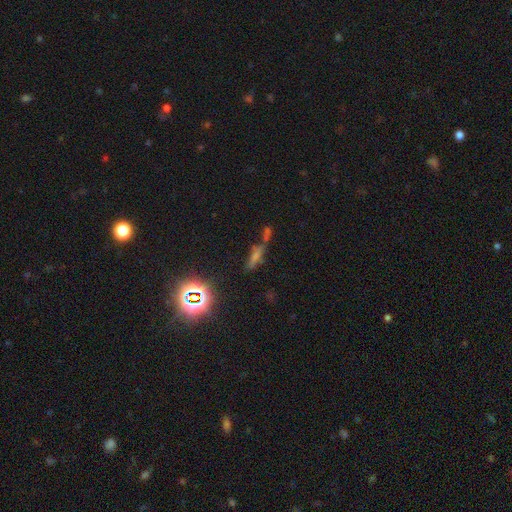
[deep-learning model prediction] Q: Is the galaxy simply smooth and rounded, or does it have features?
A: star or artifact — 43%.